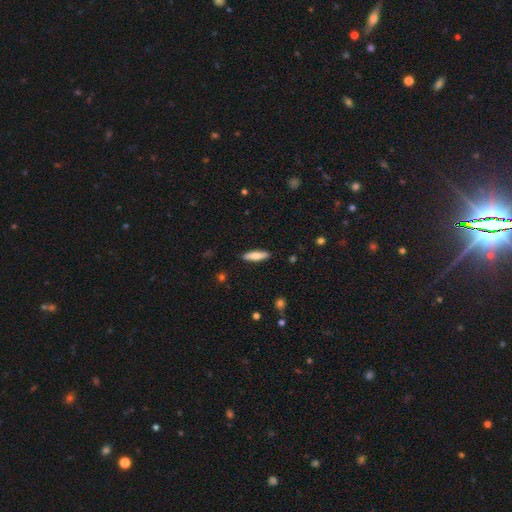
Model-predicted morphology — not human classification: Smooth or featured?
  - smooth: 74% *
  - featured or disk: 20%
  - star or artifact: 6%
How rounded?
  - cigar-shaped: 69% *
  - in between: 29%
  - round: 2%
Merging?
  - none: 90% *
  - minor disturbance: 8%
  - major disturbance: 2%
  - merger: 1%